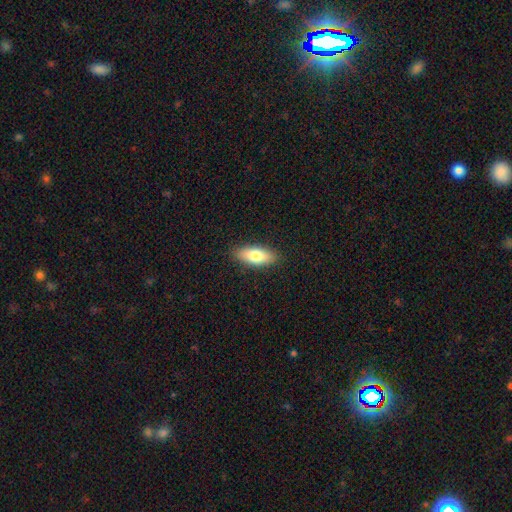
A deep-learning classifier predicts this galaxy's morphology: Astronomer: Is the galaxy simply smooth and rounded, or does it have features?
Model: smooth — 77%.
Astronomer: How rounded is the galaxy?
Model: in between — 75%.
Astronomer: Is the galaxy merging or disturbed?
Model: none — 89%.